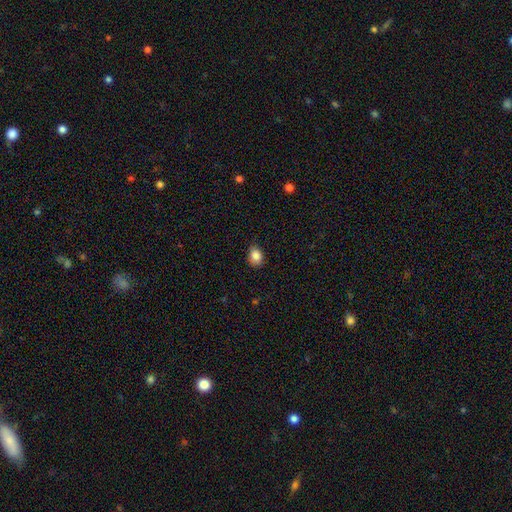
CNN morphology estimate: The model was most divided on "how rounded": in between: 55%, round: 44%, cigar-shaped: 1%. More confident: smooth or featured — smooth (85%); merging — none (78%).